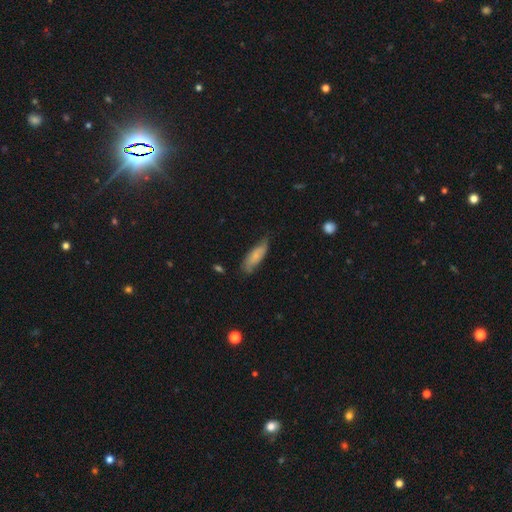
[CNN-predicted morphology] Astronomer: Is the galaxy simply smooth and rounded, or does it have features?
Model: smooth — 71%.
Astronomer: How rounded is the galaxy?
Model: in between — 59% (runner-up: cigar-shaped, 39%).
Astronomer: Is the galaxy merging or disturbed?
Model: none — 64%.